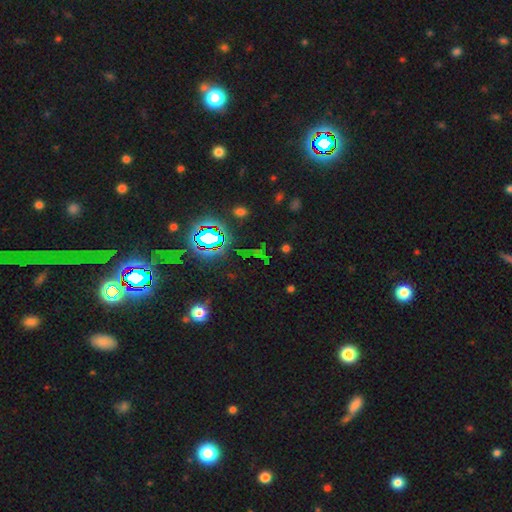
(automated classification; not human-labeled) A star or artifact, not a galaxy (79%).

Vote fractions:
- Smooth or featured? star or artifact: 79% / smooth: 13% / featured or disk: 8%